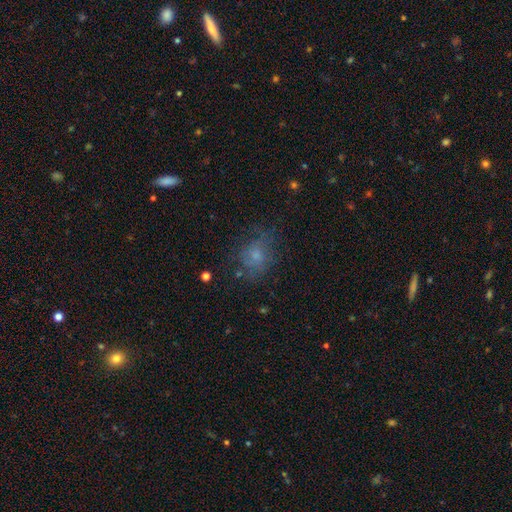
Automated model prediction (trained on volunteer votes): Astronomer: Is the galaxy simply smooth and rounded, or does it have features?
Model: smooth — 59%.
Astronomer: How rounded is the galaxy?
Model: round — 53% (runner-up: in between, 46%).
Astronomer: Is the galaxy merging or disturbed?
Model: none — 59%.